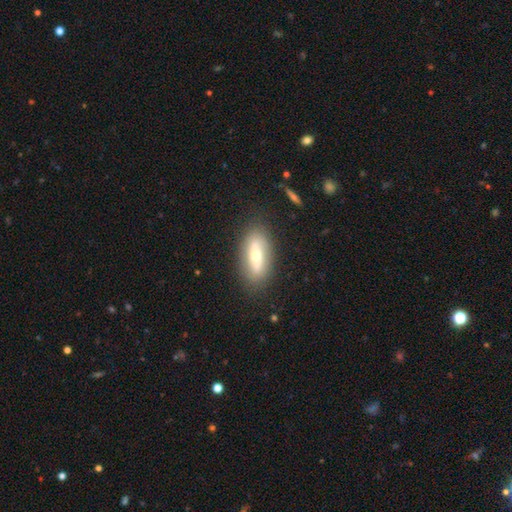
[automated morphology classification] This is possibly a featured or disk galaxy (47%). Merging: clearly none (84%).